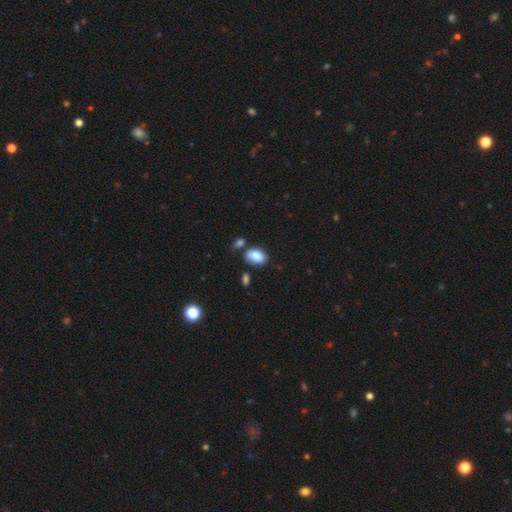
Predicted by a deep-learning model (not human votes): A smooth galaxy with no disk features (83%) that is in between round and cigar-shaped (86%).

Vote fractions:
- Smooth or featured? smooth: 83% / featured or disk: 9% / star or artifact: 8%
- How rounded? in between: 86% / round: 13% / cigar-shaped: 1%
- Merging? none: 69% / minor disturbance: 15% / merger: 12% / major disturbance: 4%